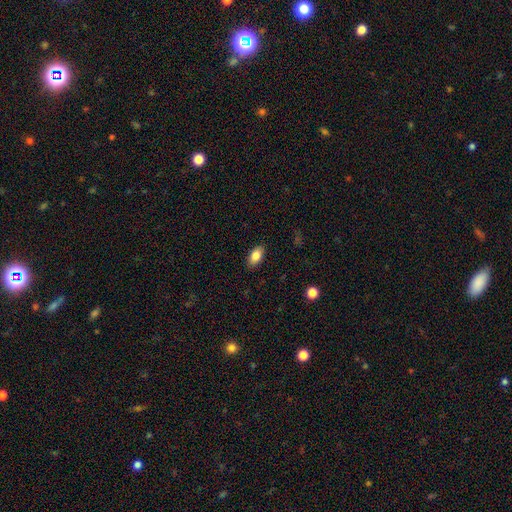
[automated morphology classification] This appears to be a smooth galaxy with no disk features (84%) that is in between round and cigar-shaped (92%). Merging: none (88%).